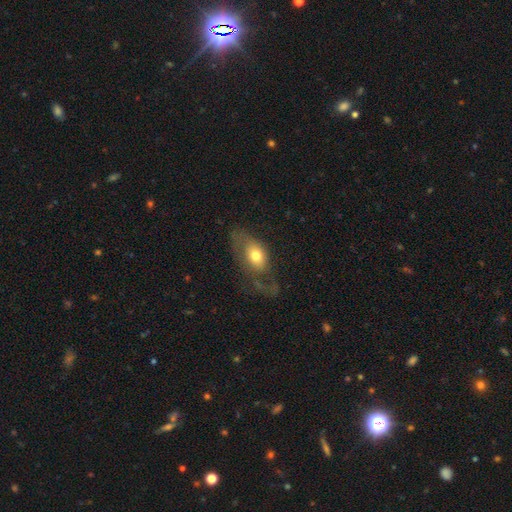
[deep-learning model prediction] Q: Smooth or featured?
A: smooth (56%); runner-up: featured or disk (36%)
Q: How rounded?
A: in between (82%); runner-up: round (14%)
Q: Merging?
A: major disturbance (41%); runner-up: none (34%)